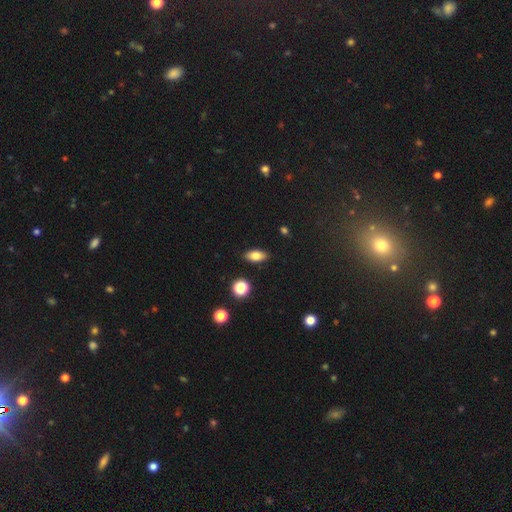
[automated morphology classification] type=smooth (79%); roundness=in between (86%); merging=none (88%).